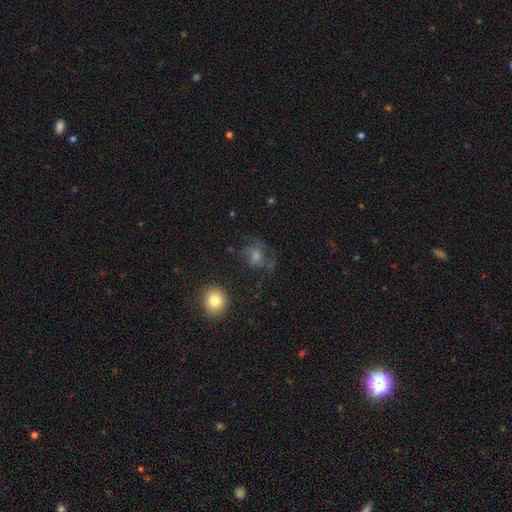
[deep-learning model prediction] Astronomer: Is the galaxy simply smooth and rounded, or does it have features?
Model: featured or disk — 46% (runner-up: smooth, 32%).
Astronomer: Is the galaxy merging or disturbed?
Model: none — 53%.